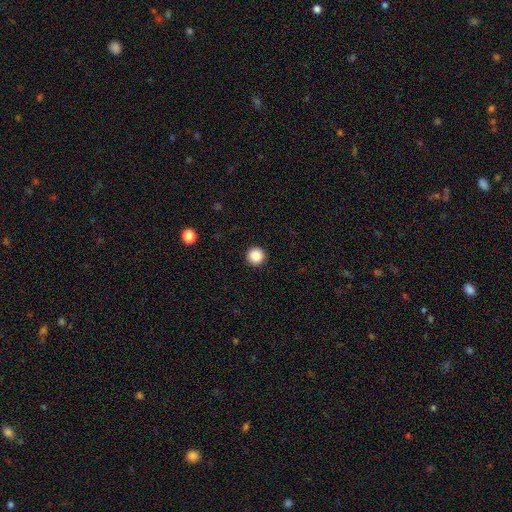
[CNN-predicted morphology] Smooth or featured? Predicted: smooth (p=0.88). How rounded? Predicted: round (p=0.97). Merging? Predicted: none (p=0.93).